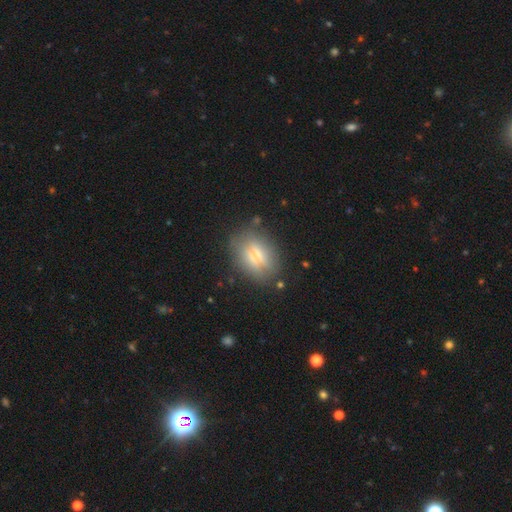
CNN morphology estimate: Smooth or featured: smooth — 47% (featured or disk — 40%)
Merging: none — 68% (minor disturbance — 19%)